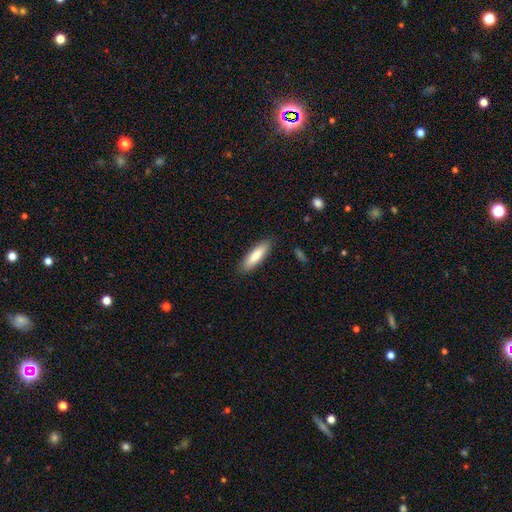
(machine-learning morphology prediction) Q: Smooth or featured?
A: smooth (83%); runner-up: featured or disk (11%)
Q: How rounded?
A: cigar-shaped (60%); runner-up: in between (38%)
Q: Merging?
A: none (88%); runner-up: minor disturbance (9%)